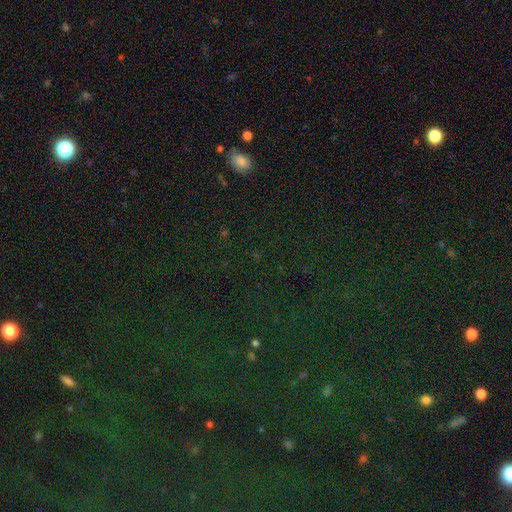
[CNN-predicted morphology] This appears to be a star or artifact, not a galaxy (80%).